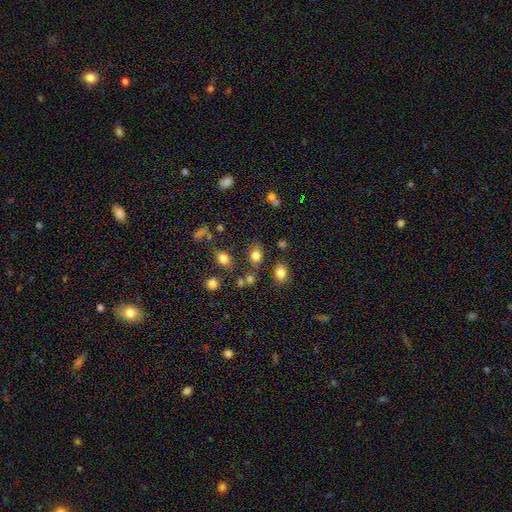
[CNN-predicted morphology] This is likely a smooth galaxy (78%). How rounded: likely in between (69%). Merging: likely none (74%).